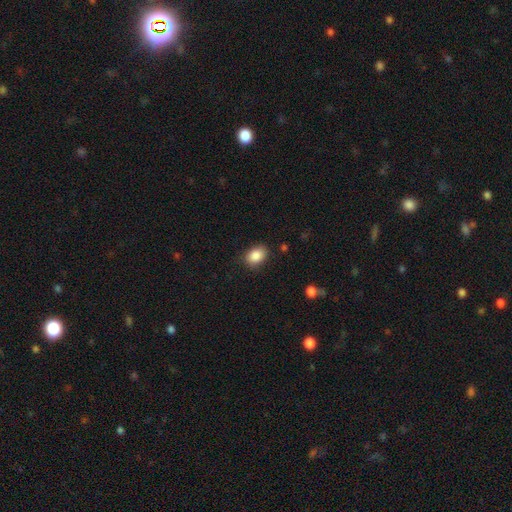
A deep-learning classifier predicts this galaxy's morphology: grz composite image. It shows a smooth galaxy with no disk features (87%) that is in between round and cigar-shaped (74%). Merging: none (82%).